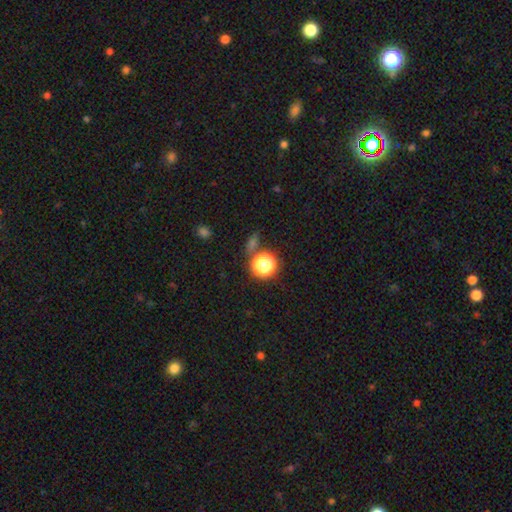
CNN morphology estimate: type=star or artifact (58%).